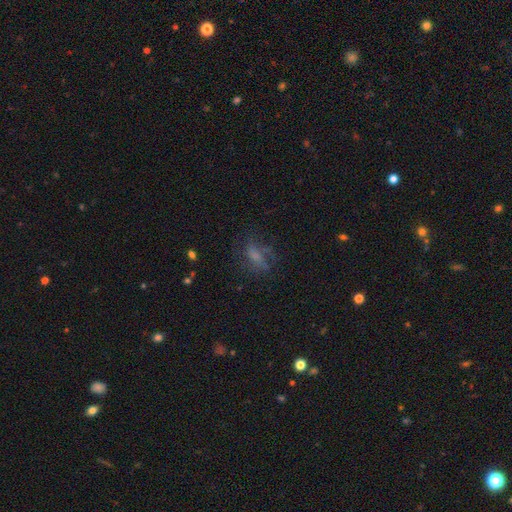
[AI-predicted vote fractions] The model was most divided on "smooth or featured": smooth: 46%, featured or disk: 37%, star or artifact: 17%. Remaining: merging — none (49%).